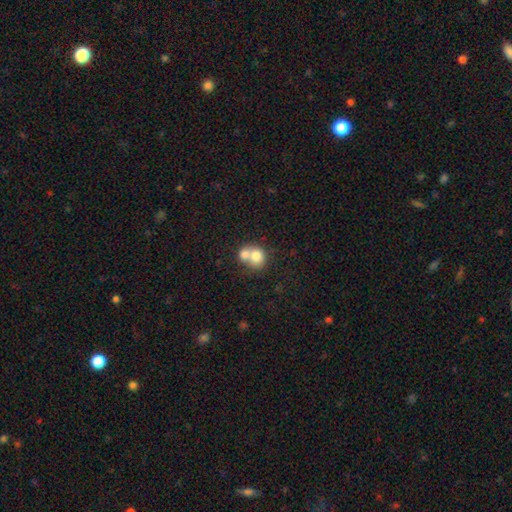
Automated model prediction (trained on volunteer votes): A smooth galaxy with no disk features (73%) that is round (69%). Merging: merger (67%).